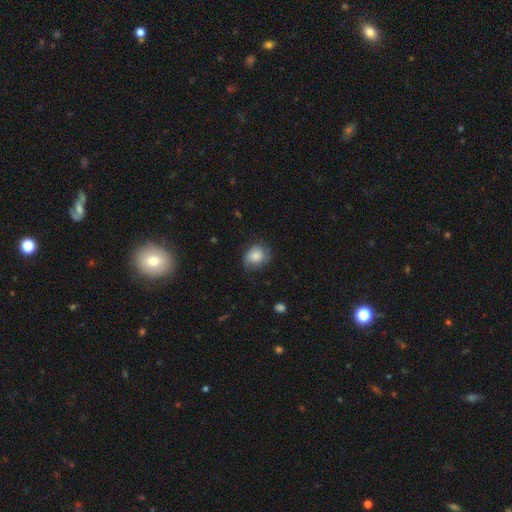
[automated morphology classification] smooth_or_featured: smooth (p=0.77) [alt: featured or disk p=0.15]
how_rounded: round (p=0.64) [alt: in between p=0.35]
merging: none (p=0.58) [alt: minor disturbance p=0.31]